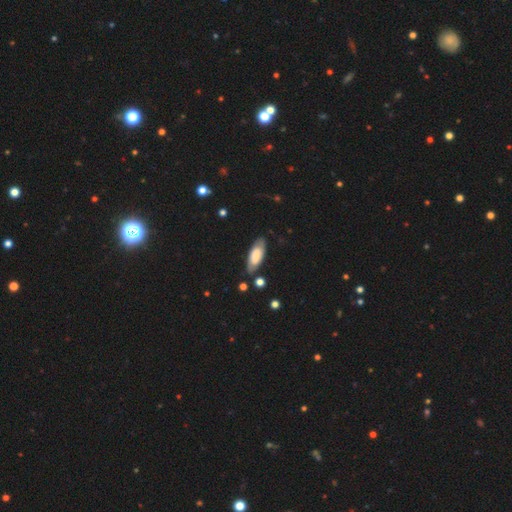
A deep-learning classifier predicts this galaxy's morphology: This is likely a smooth galaxy (62%). How rounded: likely in between (78%). Merging: likely none (76%).